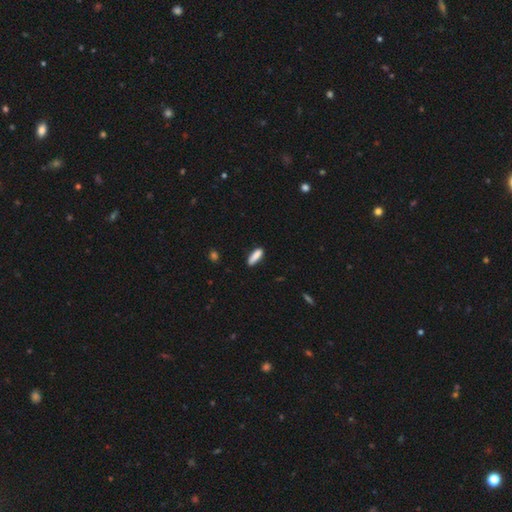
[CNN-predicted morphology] smooth 87%, featured or disk 7%, star or artifact 6%. Down the decision tree: how rounded — cigar-shaped (58%); merging — none (83%).